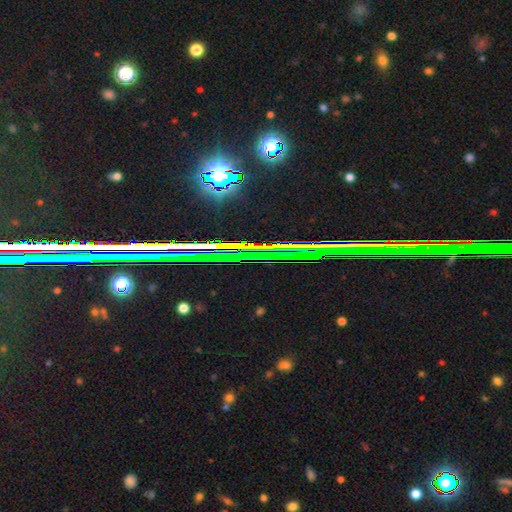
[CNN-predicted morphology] The model was most divided on "smooth or featured": star or artifact: 76%, featured or disk: 14%, smooth: 11%.